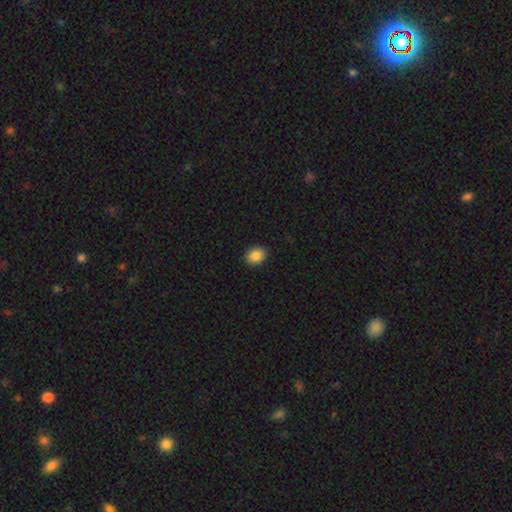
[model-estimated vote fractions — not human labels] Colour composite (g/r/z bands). It shows a smooth galaxy with no disk features (87%) that is in between round and cigar-shaped (55%). Merging: none (91%).